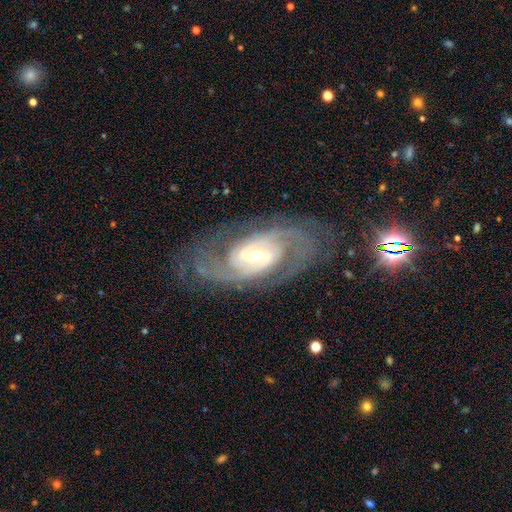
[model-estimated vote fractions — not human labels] Smooth or featured: featured or disk — 90% (star or artifact — 5%)
Edge-on disk: no — 96% (yes — 4%)
Bar: weak — 41% (no — 38%)
Spiral arms: yes — 97% (no — 3%)
Spiral winding: tight — 51% (medium — 40%)
Spiral arm count: 2 — 60% (3 — 15%)
Bulge size: moderate — 51% (small — 43%)
Merging: none — 74% (minor disturbance — 15%)